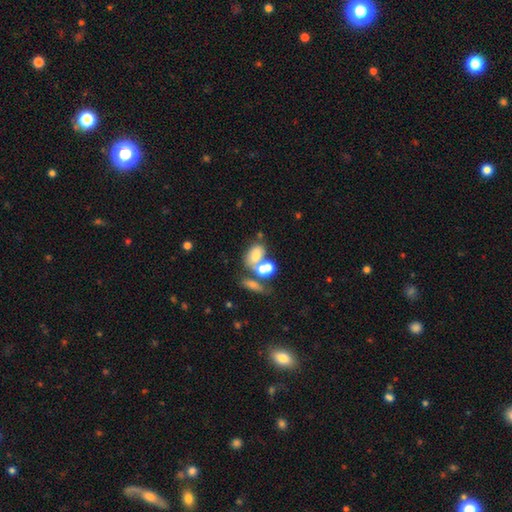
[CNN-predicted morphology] A smooth galaxy with no disk features (68%) that is in between round and cigar-shaped (81%). Merging: merger (55%).